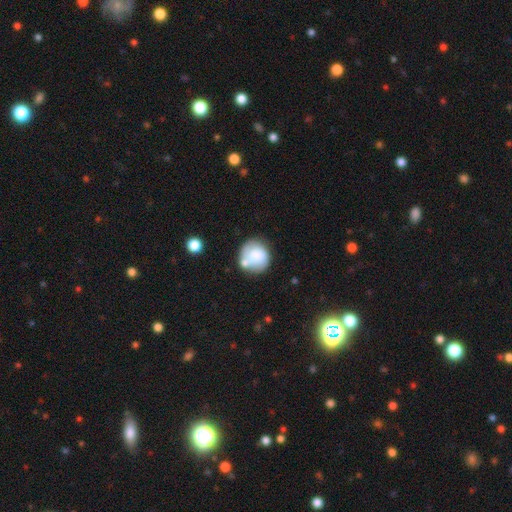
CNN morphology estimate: This appears to be a smooth galaxy with no disk features (72%) that is round (85%). Merging: none (54%).